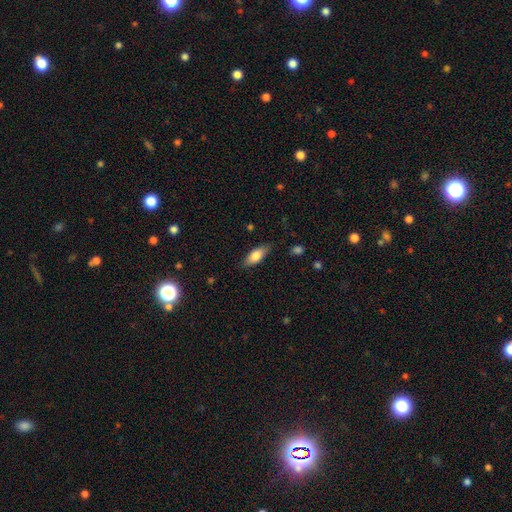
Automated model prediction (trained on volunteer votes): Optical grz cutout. It shows a smooth galaxy with no disk features (77%) that is in between round and cigar-shaped (76%). Merging: none (81%).